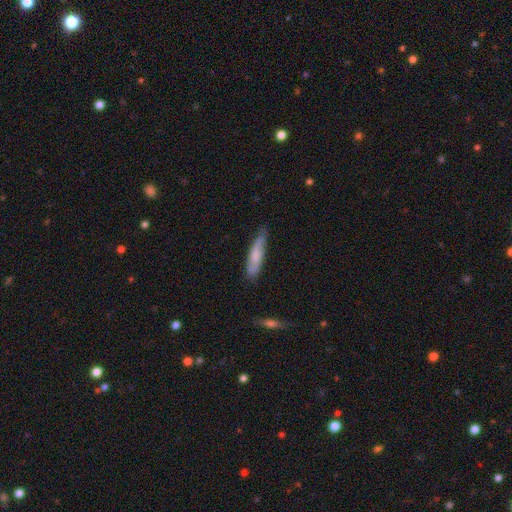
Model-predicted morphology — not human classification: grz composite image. It shows a smooth galaxy with no disk features (63%) that is cigar-shaped (77%). Merging: none (69%).